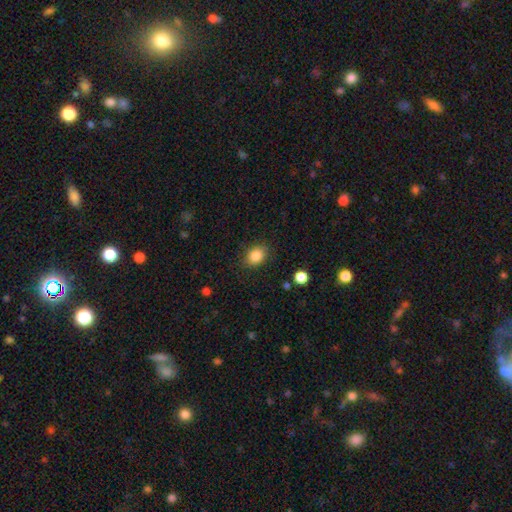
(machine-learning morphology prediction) type=smooth (86%); roundness=in between (57%); merging=none (84%).